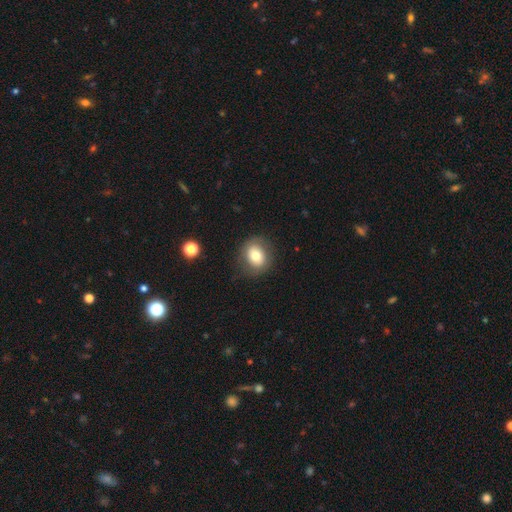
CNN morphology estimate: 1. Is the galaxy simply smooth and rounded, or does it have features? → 74% smooth, 17% featured or disk, 9% star or artifact.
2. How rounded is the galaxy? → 58% round, 41% in between, 1% cigar-shaped.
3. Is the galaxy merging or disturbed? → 81% none, 13% minor disturbance, 5% major disturbance, 1% merger.